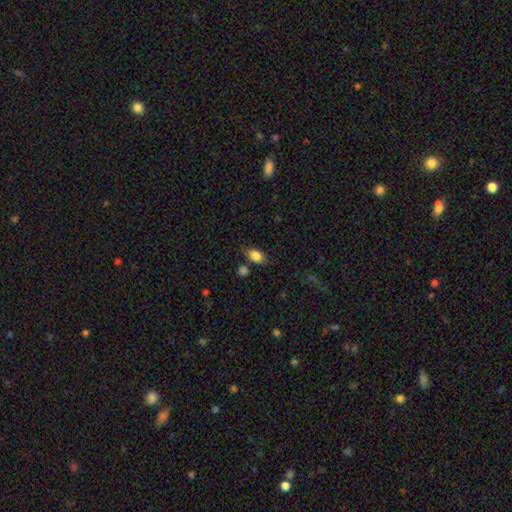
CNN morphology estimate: Smooth or featured? smooth (85%)
How rounded? in between (81%)
Merging? none (74%)